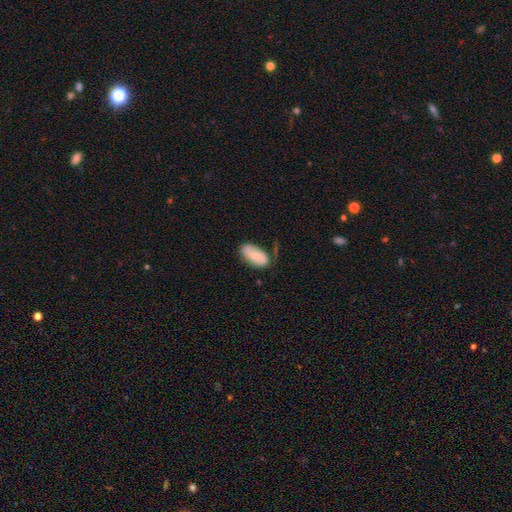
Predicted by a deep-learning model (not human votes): Overall: smooth (67%). How rounded: in between (93%). Merging: none (58%; minor disturbance 28%).